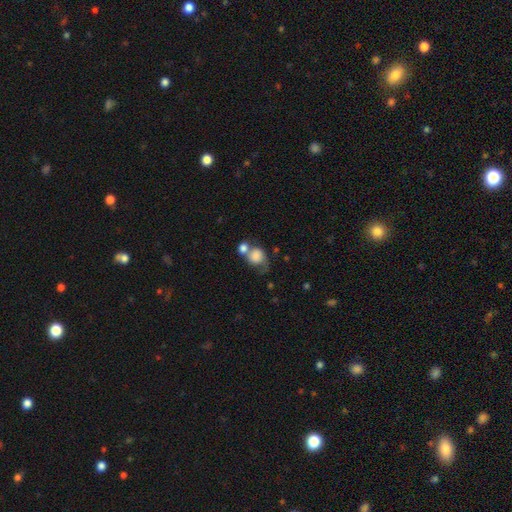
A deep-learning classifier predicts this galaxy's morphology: This is likely a smooth galaxy (68%). How rounded: likely round (65%). Merging: possibly merger (48%).